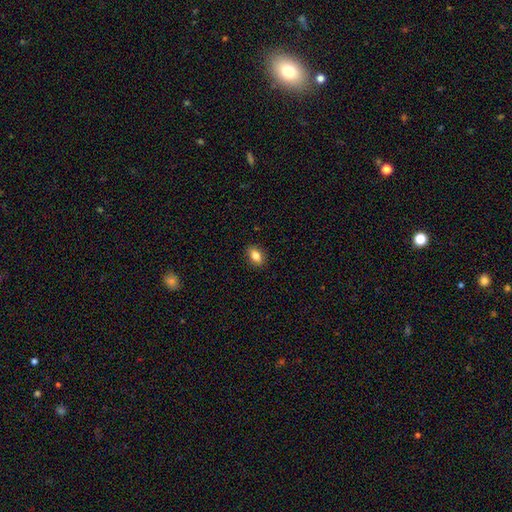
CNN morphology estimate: Smooth or featured? Predicted: smooth (p=0.83). How rounded? Predicted: in between (p=0.82). Merging? Predicted: none (p=0.89).